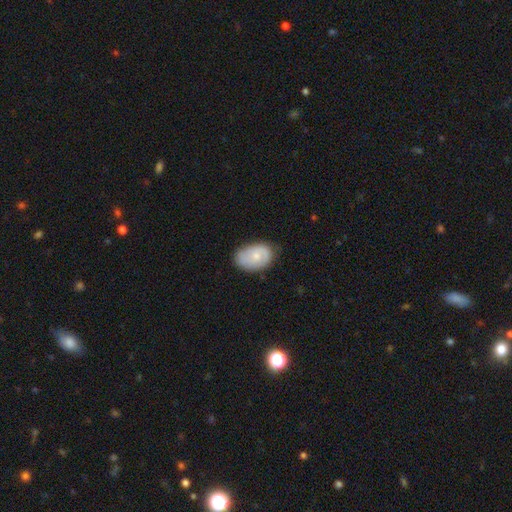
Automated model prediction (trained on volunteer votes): A smooth galaxy with no disk features (61%) that is in between round and cigar-shaped (85%). Merging: none (69%).